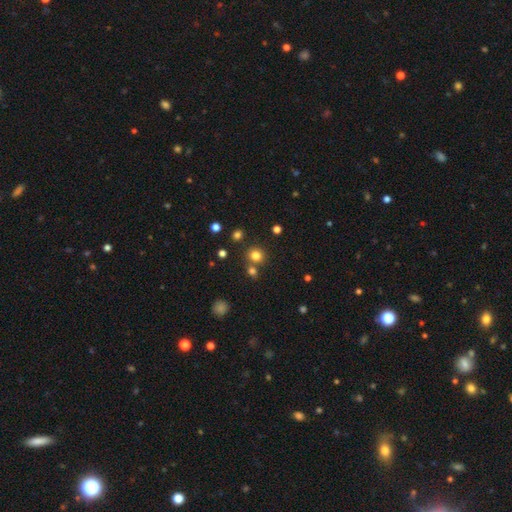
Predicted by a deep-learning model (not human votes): Smooth or featured? smooth (79%)
How rounded? round (86%)
Merging? none (73%)